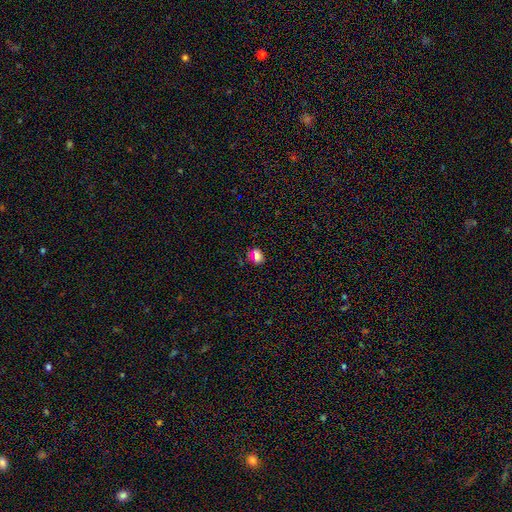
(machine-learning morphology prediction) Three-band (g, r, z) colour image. It shows a smooth galaxy with no disk features (72%) that is round (51%). Merging: none (80%).